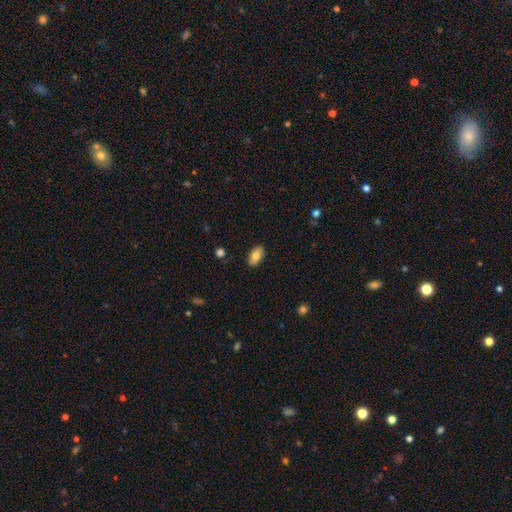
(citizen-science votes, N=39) smooth-or-featured: smooth: 74% | featured or disk: 21% | star or artifact: 5%
  how-rounded: in between: 86% | cigar-shaped: 10% | round: 3%
  merging: none: 84% | minor disturbance: 11% | major disturbance: 3% | merger: 3%